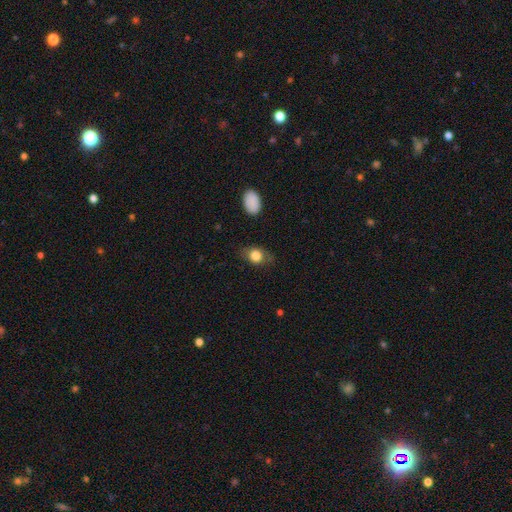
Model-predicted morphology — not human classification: type=smooth (80%); roundness=in between (62%); merging=none (71%).